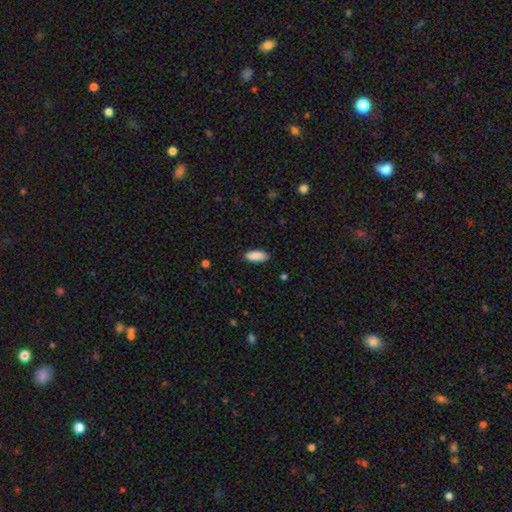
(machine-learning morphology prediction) The model was most divided on "how rounded": in between: 82%, cigar-shaped: 16%, round: 2%. More confident: smooth or featured — smooth (90%); merging — none (88%).